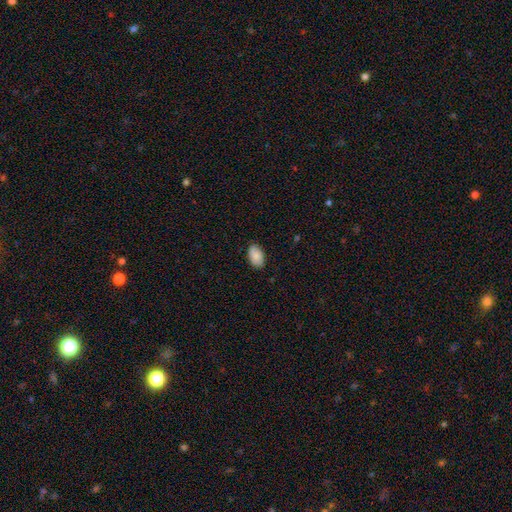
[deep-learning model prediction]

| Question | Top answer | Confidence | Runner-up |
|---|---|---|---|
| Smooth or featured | smooth | 88% | star or artifact (6%) |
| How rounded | in between | 94% | round (4%) |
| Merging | none | 86% | minor disturbance (11%) |